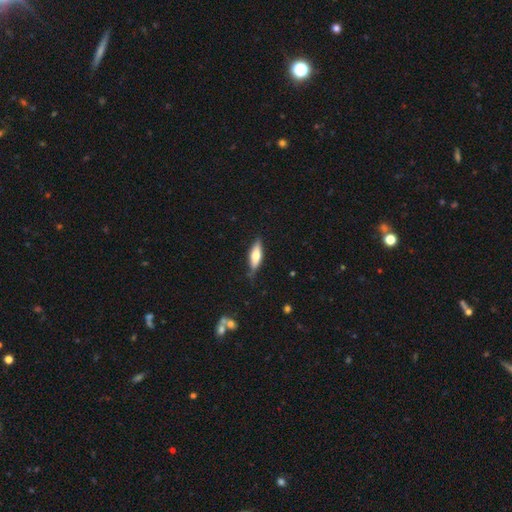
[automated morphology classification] smooth-or-featured: smooth: 54% | featured or disk: 40% | star or artifact: 6%
  how-rounded: cigar-shaped: 49% | in between: 48% | round: 2%
  merging: none: 77% | minor disturbance: 18% | major disturbance: 3% | merger: 2%